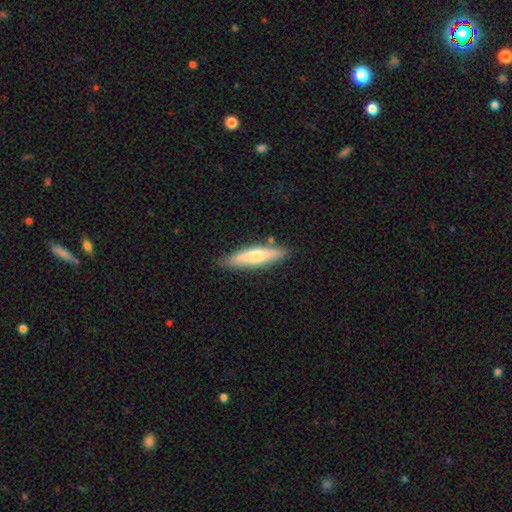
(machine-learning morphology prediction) This appears to be a smooth galaxy with no disk features (57%) that is cigar-shaped (82%). Merging: none (82%).